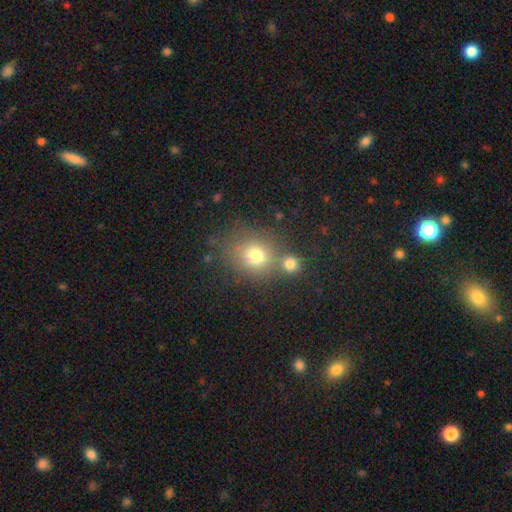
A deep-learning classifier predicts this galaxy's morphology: smooth-or-featured: smooth: 73% | star or artifact: 15% | featured or disk: 12%
  how-rounded: round: 71% | in between: 28% | cigar-shaped: 1%
  merging: none: 53% | merger: 29% | minor disturbance: 12% | major disturbance: 6%